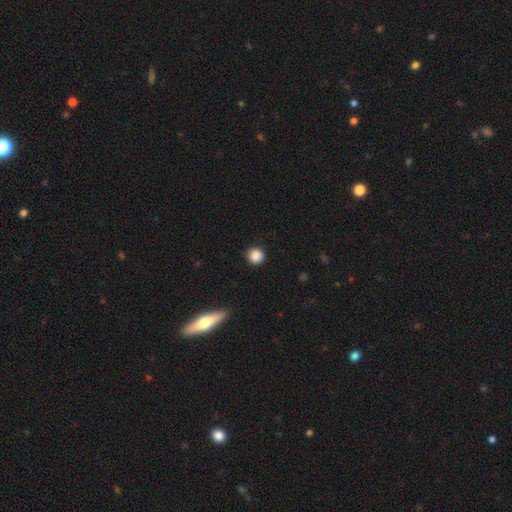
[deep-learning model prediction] smooth 87%, star or artifact 10%, featured or disk 3%. Down the decision tree: how rounded — round (91%); merging — none (88%).